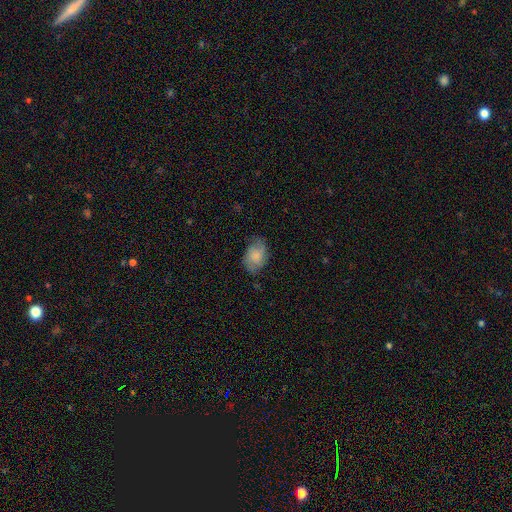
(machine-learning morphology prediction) A smooth galaxy with no disk features (58%) that is in between round and cigar-shaped (82%).

Vote fractions:
- Smooth or featured? smooth: 58% / featured or disk: 34% / star or artifact: 8%
- How rounded? in between: 82% / round: 16% / cigar-shaped: 1%
- Merging? none: 67% / minor disturbance: 24% / major disturbance: 8% / merger: 1%